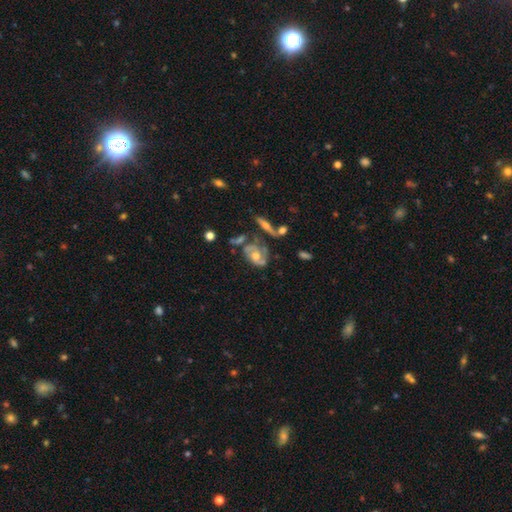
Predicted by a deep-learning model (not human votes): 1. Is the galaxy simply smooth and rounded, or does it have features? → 72% featured or disk, 19% smooth, 8% star or artifact.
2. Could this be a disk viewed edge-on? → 93% no, 7% yes.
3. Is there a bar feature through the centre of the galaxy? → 74% no, 21% weak, 5% strong.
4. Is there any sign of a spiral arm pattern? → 81% yes, 19% no.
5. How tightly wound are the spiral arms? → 42% tight, 41% medium, 17% loose.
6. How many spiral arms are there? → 53% 2, 24% can't tell, 10% 1, 8% 3, 2% 4, 2% more than 4.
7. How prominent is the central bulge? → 66% moderate, 21% small, 8% large, 3% none, 1% dominant.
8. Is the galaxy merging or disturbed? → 39% none, 22% minor disturbance, 20% merger, 19% major disturbance.